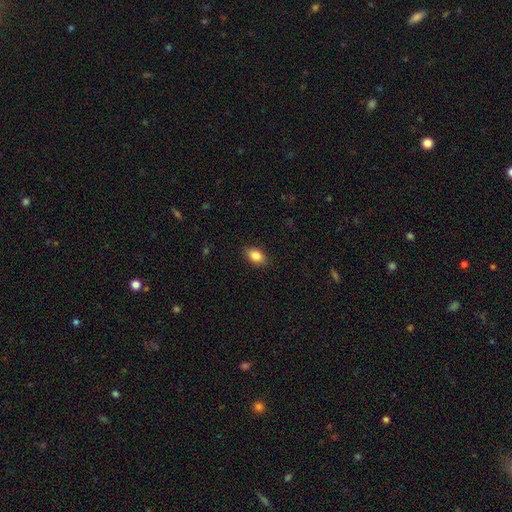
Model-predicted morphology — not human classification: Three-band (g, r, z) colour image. It shows a smooth galaxy with no disk features (86%) that is in between round and cigar-shaped (87%). Merging: none (89%).